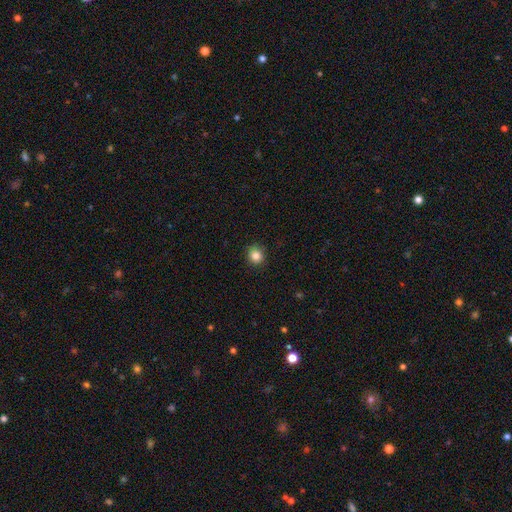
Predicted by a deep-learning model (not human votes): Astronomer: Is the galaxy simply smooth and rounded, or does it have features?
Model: smooth — 85%.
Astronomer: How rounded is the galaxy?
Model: round — 87%.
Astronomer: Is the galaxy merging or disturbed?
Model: none — 90%.